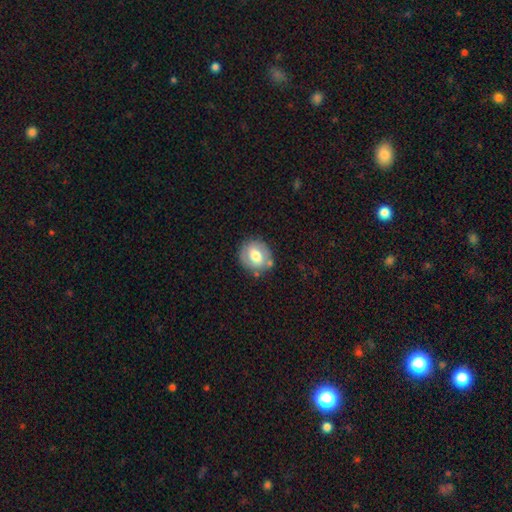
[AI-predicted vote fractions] Smooth or featured? Predicted: smooth (p=0.59). How rounded? Predicted: round (p=0.71). Merging? Predicted: none (p=0.77).